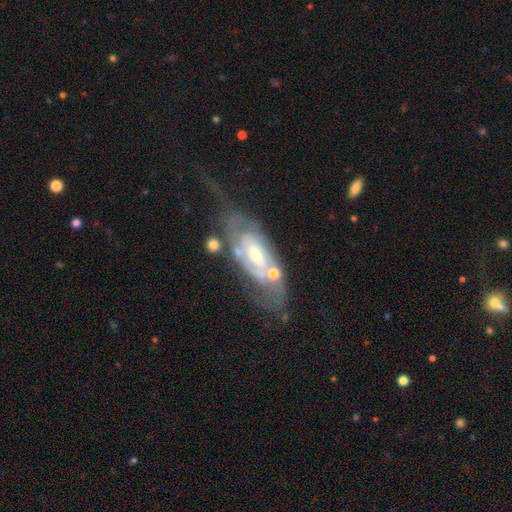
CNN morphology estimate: The model was most divided on "bar": no: 47%, weak: 39%, strong: 14%. Remaining: edge-on disk — no (91%); spiral arms — yes (87%); smooth or featured — featured or disk (80%); spiral winding — tight (53%); bulge size — moderate (53%); spiral arm count — 2 (47%); merging — none (45%).